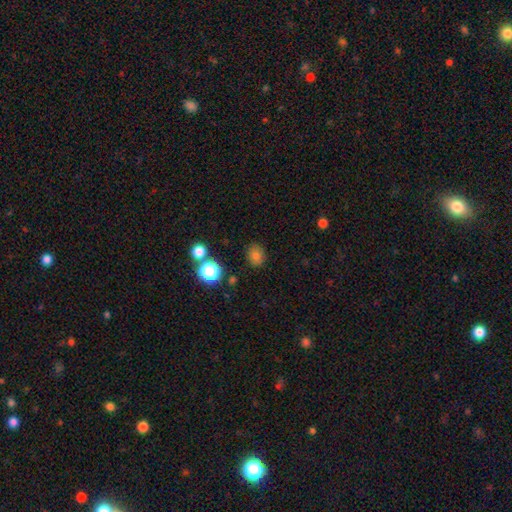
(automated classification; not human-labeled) smooth-or-featured: smooth: 75% | star or artifact: 16% | featured or disk: 9%
  how-rounded: round: 65% | in between: 34% | cigar-shaped: 1%
  merging: none: 83% | minor disturbance: 10% | merger: 3% | major disturbance: 3%